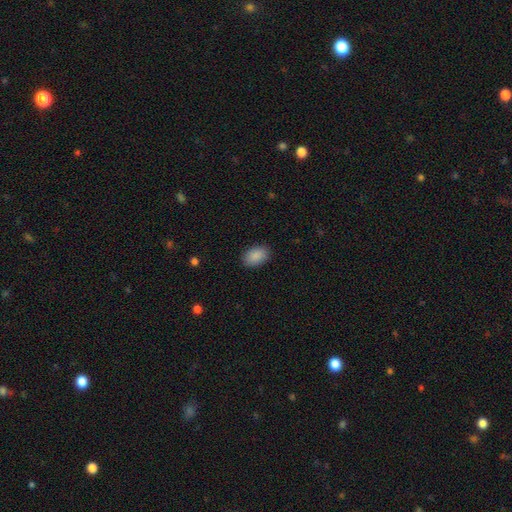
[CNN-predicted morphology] Overall: smooth (90%). How rounded: in between (89%). Merging: none (88%).